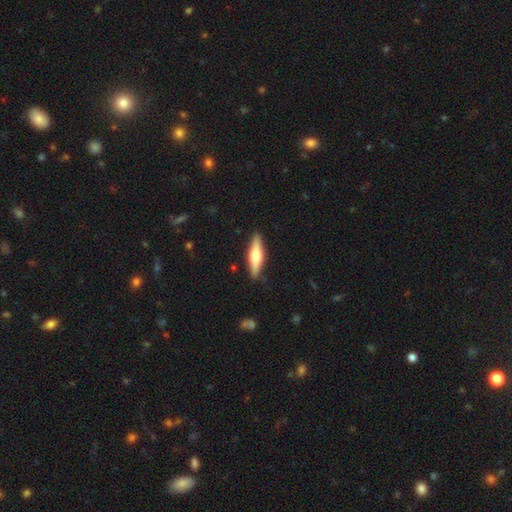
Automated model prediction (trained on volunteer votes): smooth_or_featured: featured or disk (p=0.50) [alt: smooth p=0.44]
disk_edge_on: yes (p=0.94) [alt: no p=0.06]
merging: none (p=0.89) [alt: minor disturbance p=0.09]